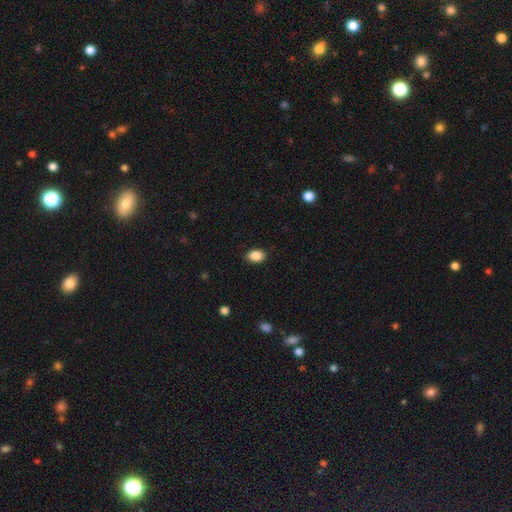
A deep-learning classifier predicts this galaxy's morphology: smooth 89%, star or artifact 8%, featured or disk 3%. Down the decision tree: how rounded — in between (86%); merging — none (88%).